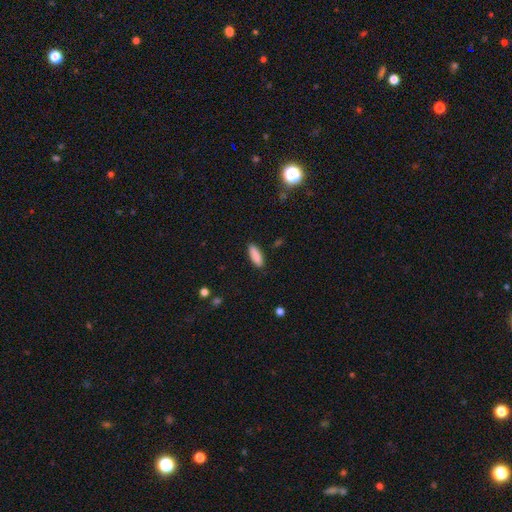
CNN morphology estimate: type=smooth (89%); roundness=in between (59%); merging=none (88%).